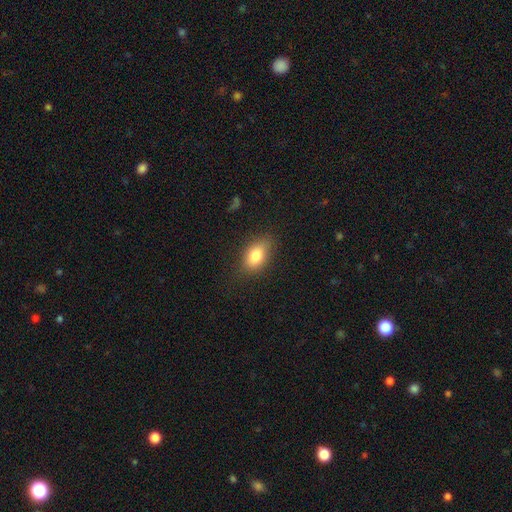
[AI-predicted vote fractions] The model was most divided on "merging": none: 77%, minor disturbance: 17%, major disturbance: 5%, merger: 1%. More confident: how rounded — in between (86%); smooth or featured — smooth (81%).